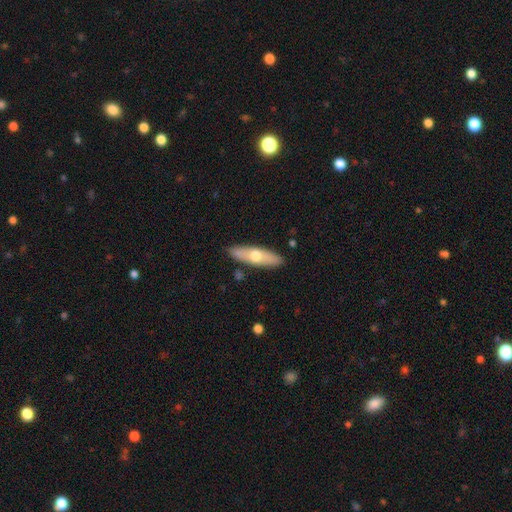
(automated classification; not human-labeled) Smooth or featured? smooth (55%)
How rounded? cigar-shaped (51%)
Merging? none (87%)